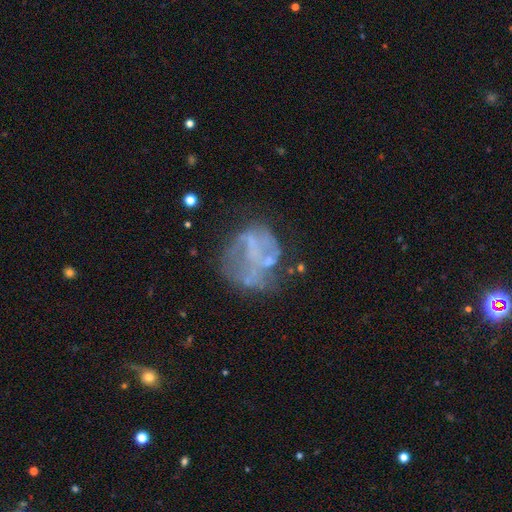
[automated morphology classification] type=featured or disk (60%); edge-on=no (98%); bar=no (74%); spiral arms=no (75%); bulge=none (70%); merging=none (52%).